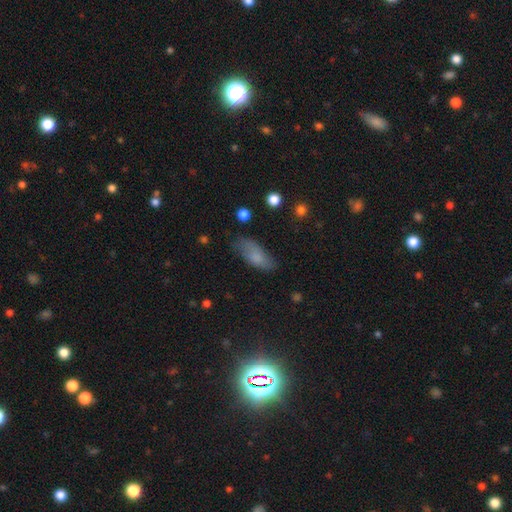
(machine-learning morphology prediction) type=smooth (76%); roundness=in between (81%); merging=none (68%).